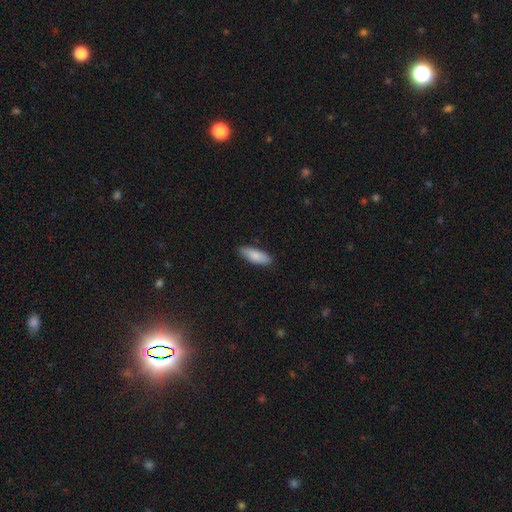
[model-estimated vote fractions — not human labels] smooth 85%, featured or disk 10%, star or artifact 6%. Down the decision tree: how rounded — in between (62%); merging — none (87%).